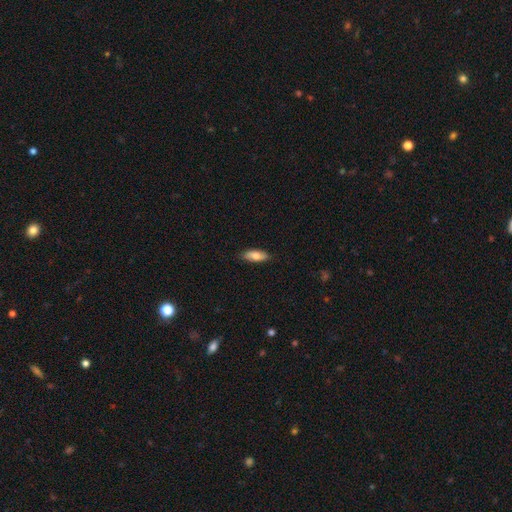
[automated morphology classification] smooth 78%, featured or disk 16%, star or artifact 6%. Down the decision tree: how rounded — in between (74%); merging — none (86%).